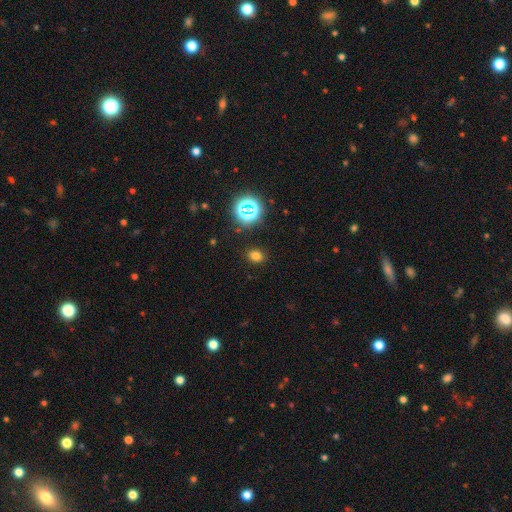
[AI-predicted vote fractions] Smooth or featured?
  - smooth: 71% *
  - star or artifact: 23%
  - featured or disk: 6%
How rounded?
  - in between: 56% *
  - round: 43%
  - cigar-shaped: 1%
Merging?
  - none: 86% *
  - minor disturbance: 9%
  - major disturbance: 3%
  - merger: 2%